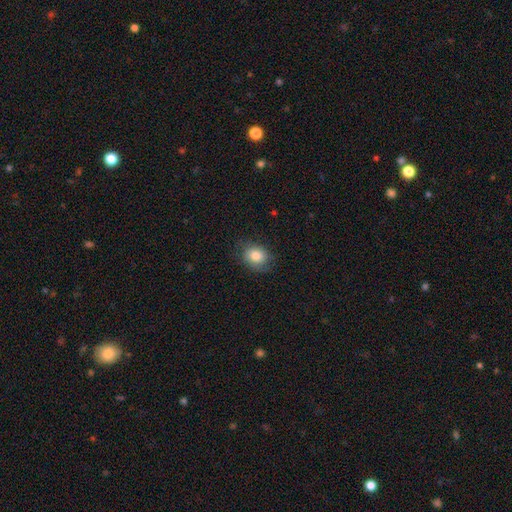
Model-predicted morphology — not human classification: This appears to be a smooth galaxy with no disk features (80%) that is in between round and cigar-shaped (52%). Merging: none (74%).